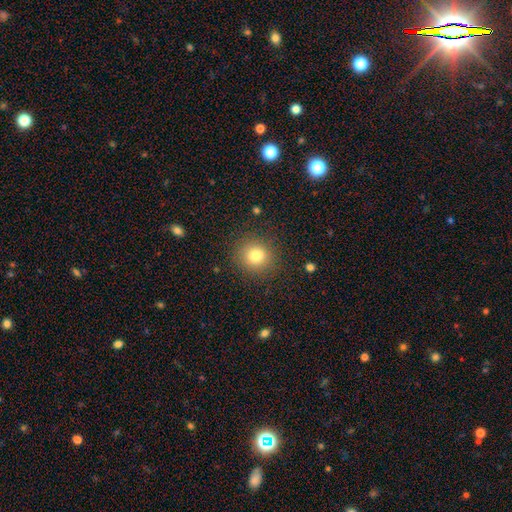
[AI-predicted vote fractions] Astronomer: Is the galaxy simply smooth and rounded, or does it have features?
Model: smooth — 78%.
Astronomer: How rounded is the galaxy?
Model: round — 86%.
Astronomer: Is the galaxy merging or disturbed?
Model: none — 86%.